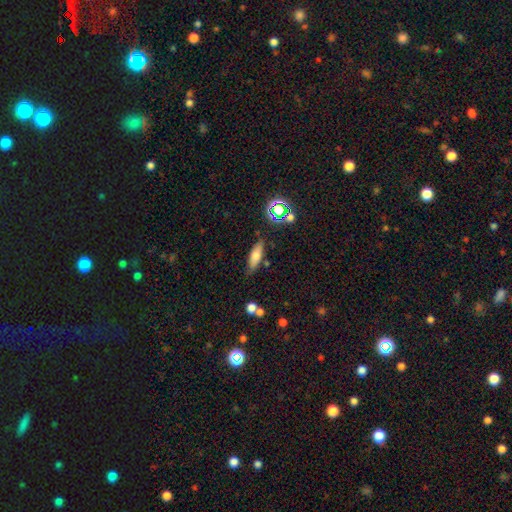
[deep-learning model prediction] Overall: smooth (66%). How rounded: in between (52%; cigar-shaped 45%). Merging: none (77%).